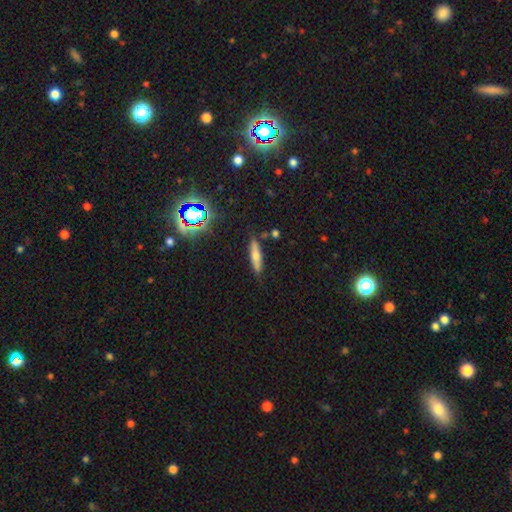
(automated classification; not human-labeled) Smooth or featured? Predicted: smooth (p=0.63). How rounded? Predicted: cigar-shaped (p=0.75). Merging? Predicted: none (p=0.82).